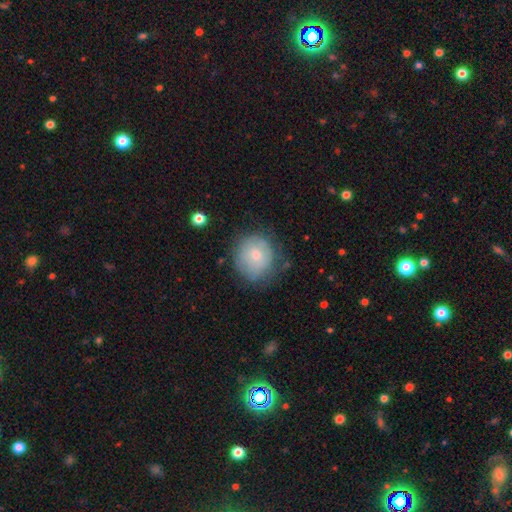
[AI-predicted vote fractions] A smooth galaxy with no disk features (67%) that is round (86%). Merging: none (66%).